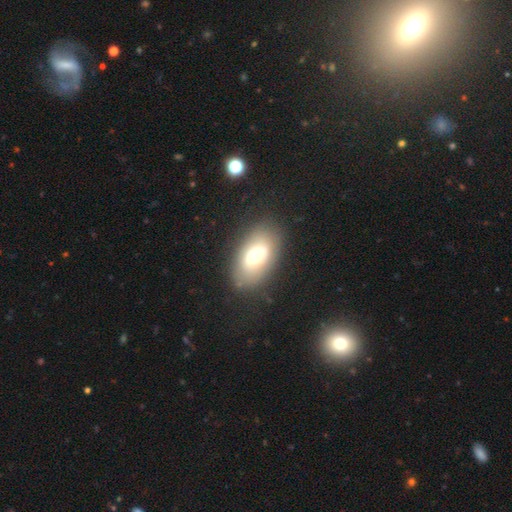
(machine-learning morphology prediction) This appears to be a smooth galaxy with no disk features (64%) that is in between round and cigar-shaped (91%). Merging: none (78%).